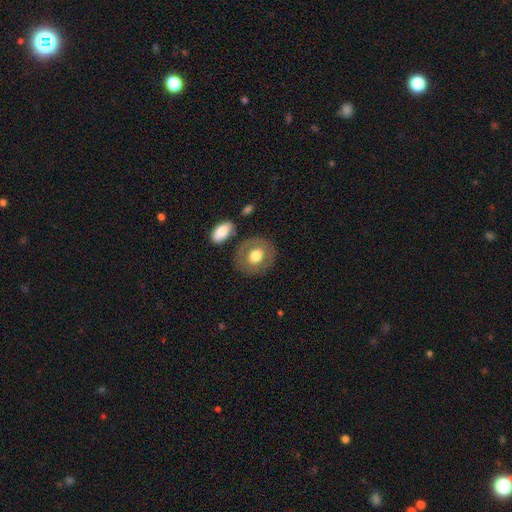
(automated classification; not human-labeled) smooth-or-featured: smooth: 63% | featured or disk: 29% | star or artifact: 7%
  how-rounded: round: 66% | in between: 33% | cigar-shaped: 1%
  merging: none: 79% | minor disturbance: 11% | major disturbance: 5% | merger: 4%